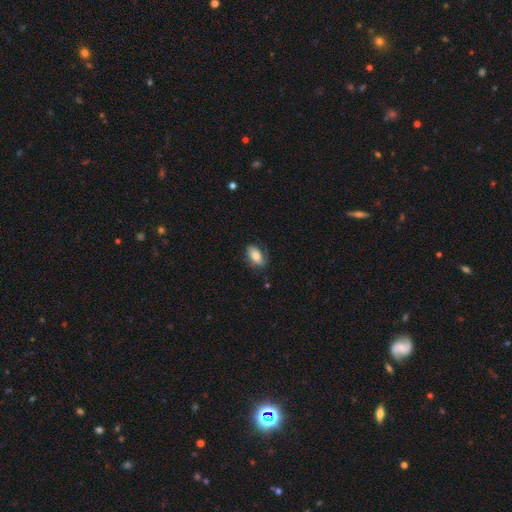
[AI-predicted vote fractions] Smooth or featured? Predicted: smooth (p=0.70). How rounded? Predicted: in between (p=0.90). Merging? Predicted: none (p=0.69).